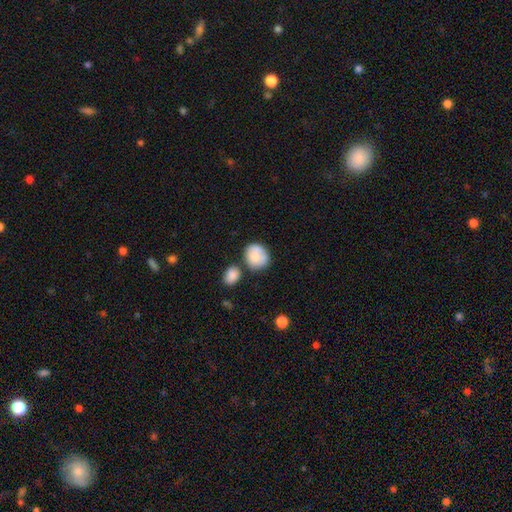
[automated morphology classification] Overall: smooth (80%). How rounded: round (70%). Merging: none (52%; merger 25%).